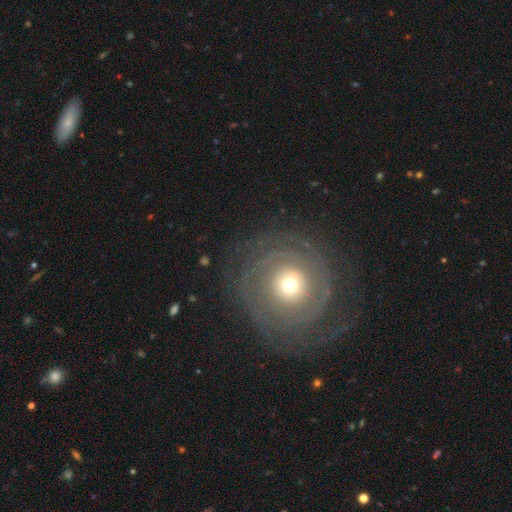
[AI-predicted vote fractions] smooth_or_featured: featured or disk (p=0.79) [alt: smooth p=0.14]
disk_edge_on: no (p=0.97) [alt: yes p=0.03]
bar: no (p=0.82) [alt: weak p=0.13]
has_spiral_arms: yes (p=0.88) [alt: no p=0.12]
spiral_winding: tight (p=0.81) [alt: medium p=0.14]
spiral_arm_count: 2 (p=0.32) [tied with: can't tell p=0.32]
bulge_size: moderate (p=0.54) [alt: small p=0.38]
merging: none (p=0.79) [alt: minor disturbance p=0.12]